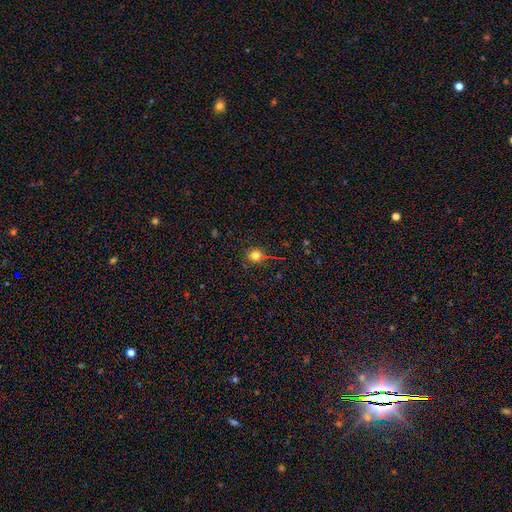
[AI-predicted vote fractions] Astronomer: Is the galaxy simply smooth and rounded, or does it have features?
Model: smooth — 71%.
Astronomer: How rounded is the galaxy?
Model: round — 85%.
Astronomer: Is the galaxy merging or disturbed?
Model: none — 81%.